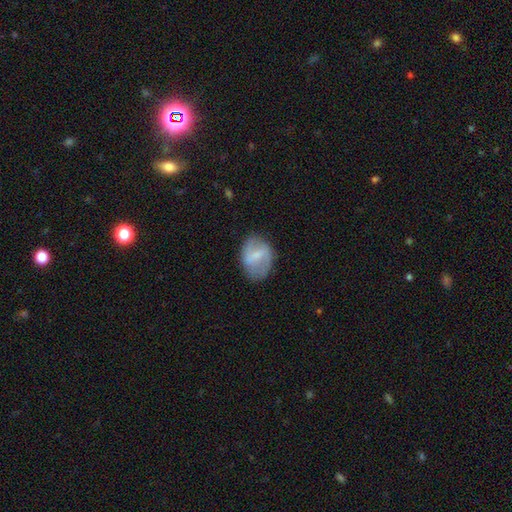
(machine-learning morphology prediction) The model was most divided on "smooth or featured": featured or disk: 49%, smooth: 43%, star or artifact: 7%. More confident: merging — none (69%).